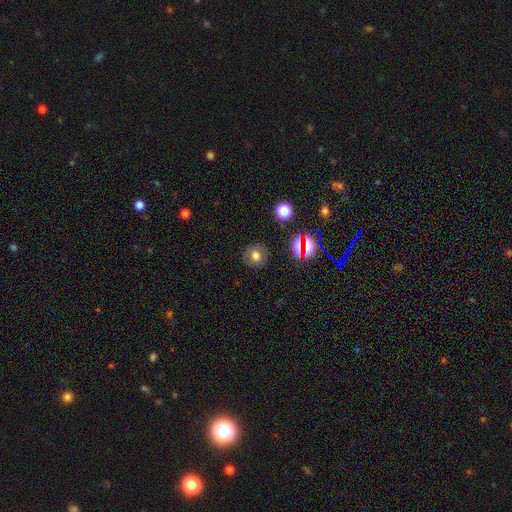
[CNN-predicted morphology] Overall: smooth (68%). How rounded: round (87%). Merging: none (86%).